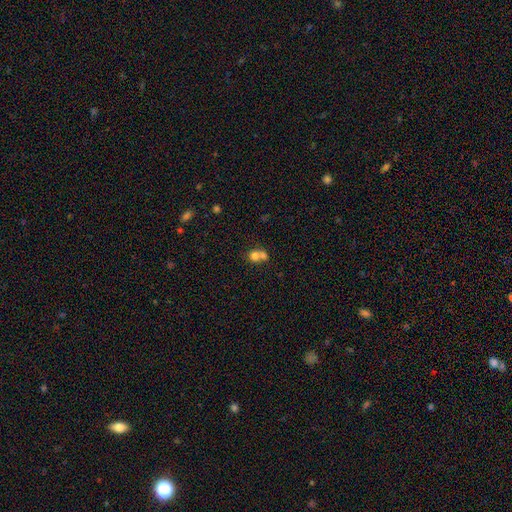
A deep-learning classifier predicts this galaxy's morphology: This is likely a smooth galaxy (75%). How rounded: likely round (74%). Merging: likely merger (63%).